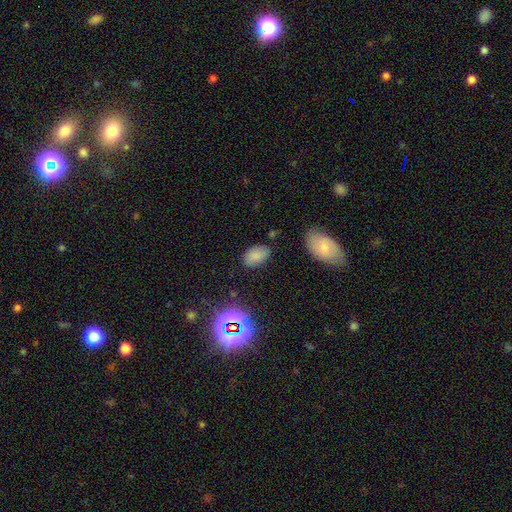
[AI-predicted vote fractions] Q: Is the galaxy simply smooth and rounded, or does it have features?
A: smooth — 81%.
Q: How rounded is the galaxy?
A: in between — 91%.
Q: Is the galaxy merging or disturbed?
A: none — 80%.